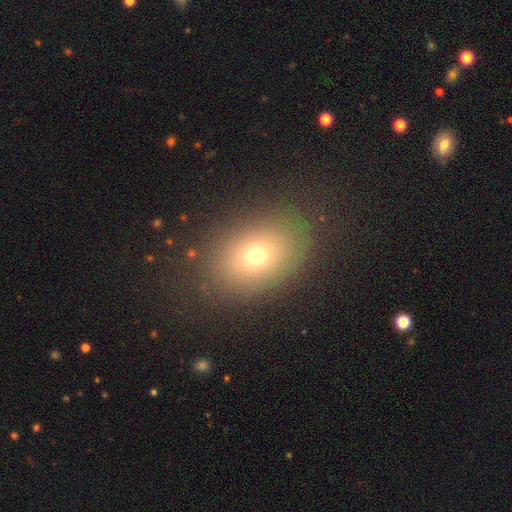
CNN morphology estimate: Q: Smooth or featured?
A: smooth (70%); runner-up: star or artifact (17%)
Q: How rounded?
A: in between (67%); runner-up: round (32%)
Q: Merging?
A: none (84%); runner-up: minor disturbance (10%)